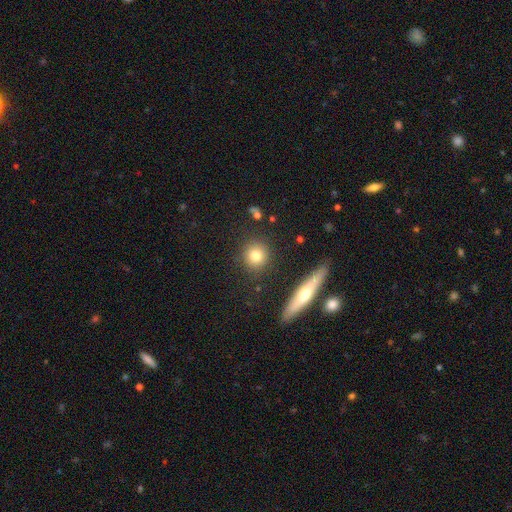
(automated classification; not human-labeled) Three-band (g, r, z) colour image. It shows a smooth galaxy with no disk features (78%) that is round (90%). Merging: none (88%).